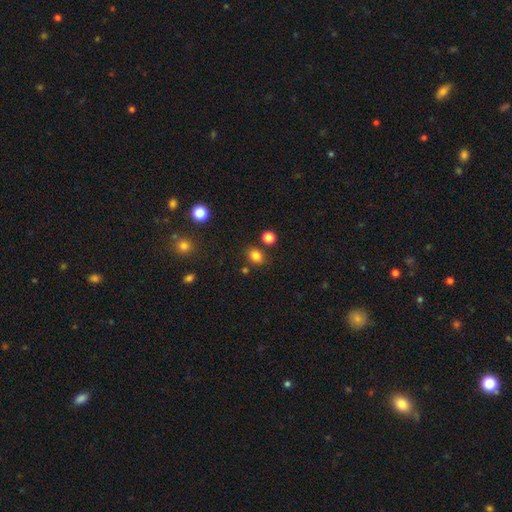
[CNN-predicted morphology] Overall: smooth (83%). How rounded: round (51%; in between 48%). Merging: none (78%).